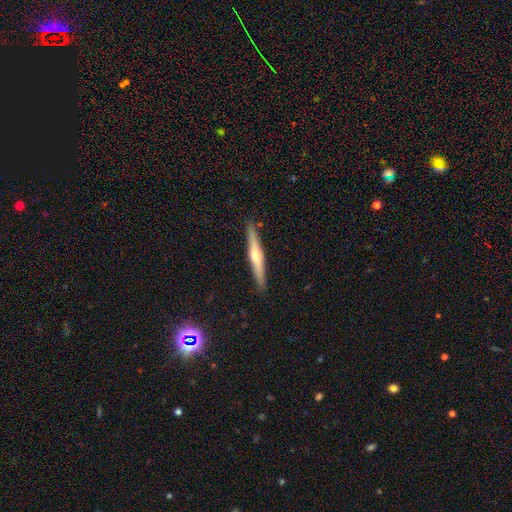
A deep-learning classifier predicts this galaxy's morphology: Smooth or featured: featured or disk — 59% (smooth — 35%)
Edge-on disk: yes — 97% (no — 3%)
Edge-on bulge: rounded — 82% (none — 13%)
Merging: none — 90% (minor disturbance — 7%)